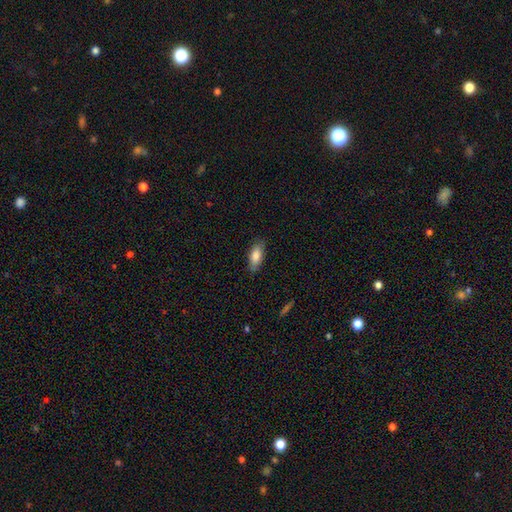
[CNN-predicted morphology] type=smooth (82%); roundness=in between (78%); merging=none (82%).